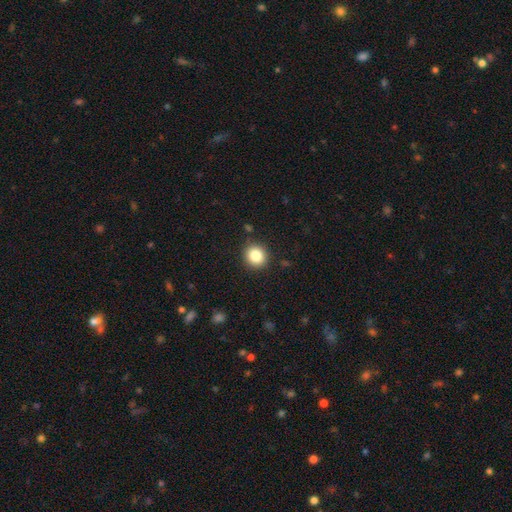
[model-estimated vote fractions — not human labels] The model was most divided on "smooth or featured": smooth: 86%, star or artifact: 10%, featured or disk: 5%. More confident: merging — none (89%); how rounded — round (88%).